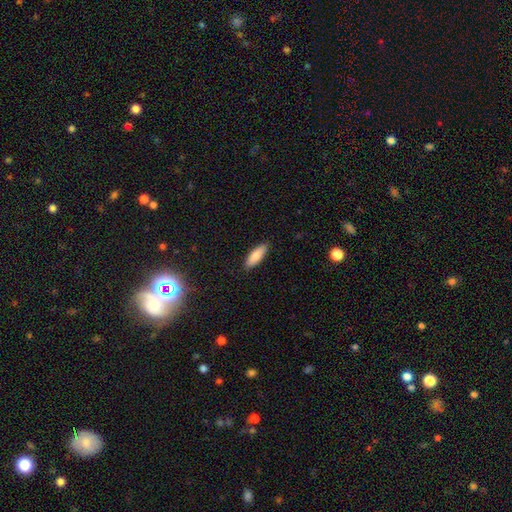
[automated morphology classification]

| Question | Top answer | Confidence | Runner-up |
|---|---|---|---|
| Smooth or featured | smooth | 85% | featured or disk (9%) |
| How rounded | in between | 56% | cigar-shaped (42%) |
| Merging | none | 89% | minor disturbance (9%) |